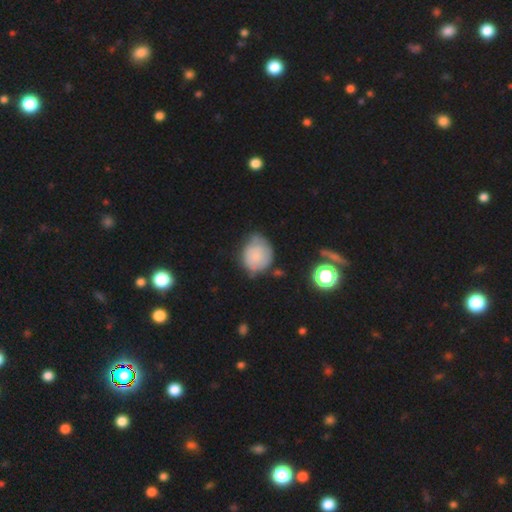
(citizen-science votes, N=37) Smooth or featured: smooth — 92% (star or artifact — 5%)
How rounded: round — 79% (in between — 21%)
Merging: none — 60% (minor disturbance — 23%)